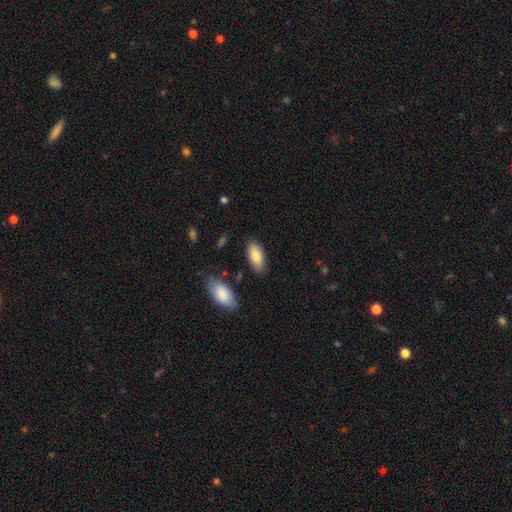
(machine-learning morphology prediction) smooth 82%, featured or disk 12%, star or artifact 6%. Down the decision tree: how rounded — in between (86%); merging — none (81%).